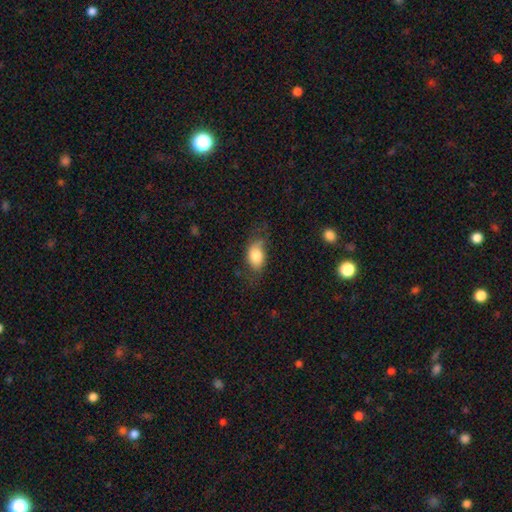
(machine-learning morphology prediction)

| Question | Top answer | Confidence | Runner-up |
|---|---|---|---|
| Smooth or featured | smooth | 79% | featured or disk (14%) |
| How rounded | in between | 86% | round (11%) |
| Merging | none | 54% | minor disturbance (29%) |